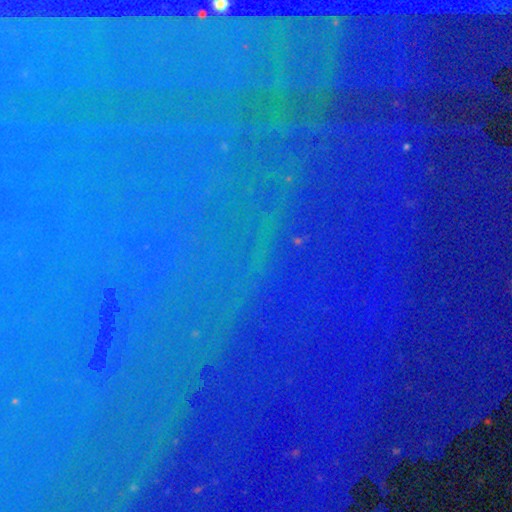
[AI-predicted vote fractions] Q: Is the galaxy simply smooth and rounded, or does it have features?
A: star or artifact — 82%.